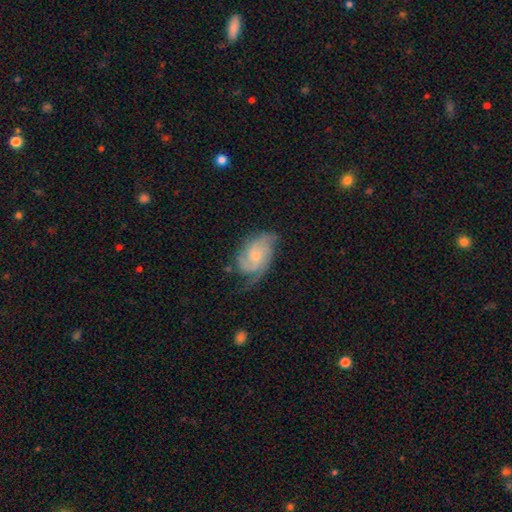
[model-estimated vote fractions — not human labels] This appears to be a featured or disk galaxy (82%) with no bar (70%), 3 (35%, tied with 2) tight (43%, tied with medium) spiral arms (96%) and a small central bulge (54%). Merging: none (57%).